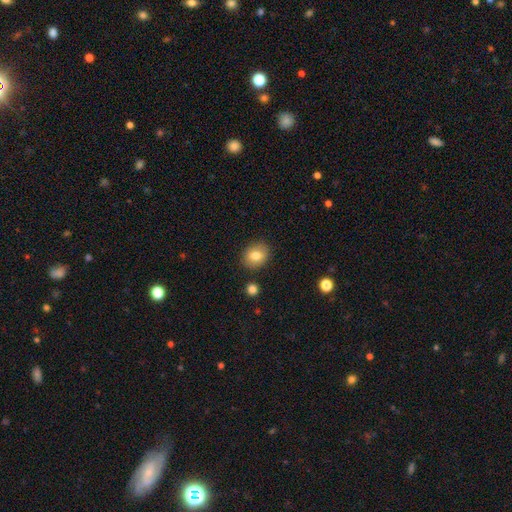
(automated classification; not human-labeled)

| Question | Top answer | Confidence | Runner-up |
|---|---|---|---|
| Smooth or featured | smooth | 80% | featured or disk (10%) |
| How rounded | round | 59% | in between (40%) |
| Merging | none | 86% | minor disturbance (9%) |